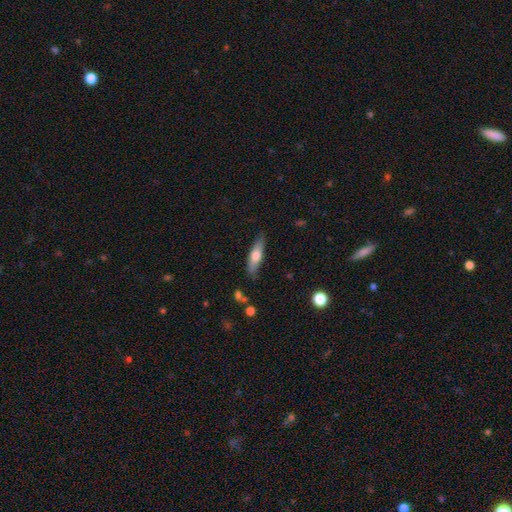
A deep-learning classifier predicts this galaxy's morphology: This is likely a smooth galaxy (61%). How rounded: likely cigar-shaped (64%). Merging: clearly none (82%).